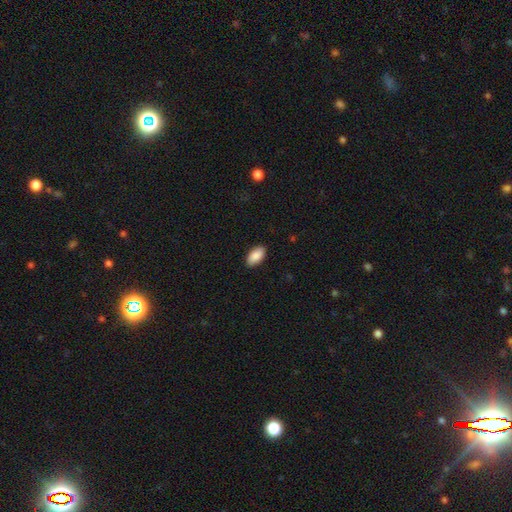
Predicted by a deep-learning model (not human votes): smooth_or_featured: smooth (p=0.88) [alt: star or artifact p=0.06]
how_rounded: in between (p=0.94) [alt: cigar-shaped p=0.03]
merging: none (p=0.89) [alt: minor disturbance p=0.08]